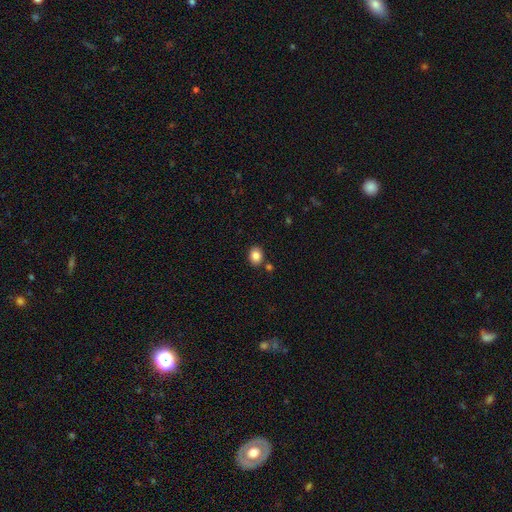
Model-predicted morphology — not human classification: type=smooth (85%); roundness=round (52%); merging=none (82%).